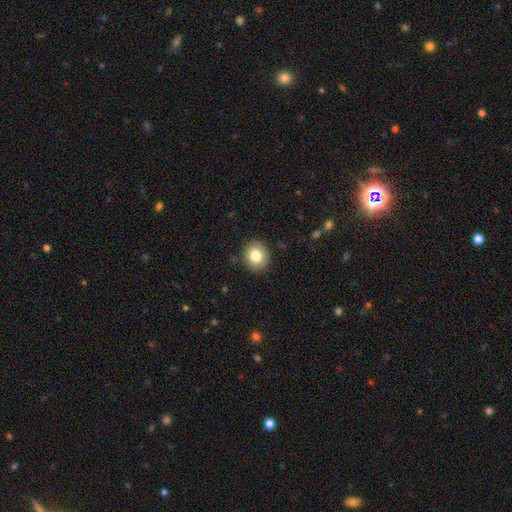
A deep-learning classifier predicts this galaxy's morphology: Smooth or featured? smooth (81%)
How rounded? round (79%)
Merging? none (89%)